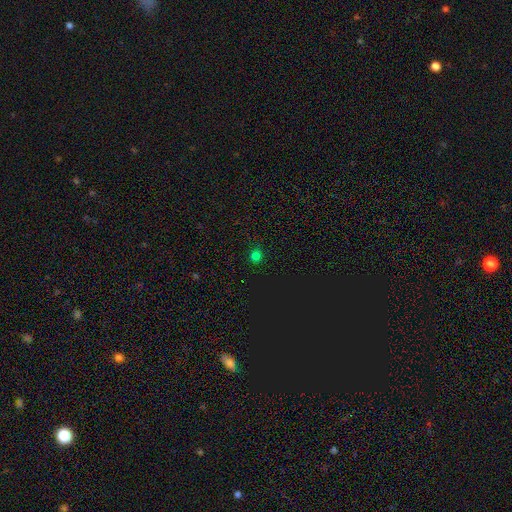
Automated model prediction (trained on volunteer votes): Smooth or featured? Predicted: smooth (p=0.73). How rounded? Predicted: round (p=0.89). Merging? Predicted: none (p=0.87).